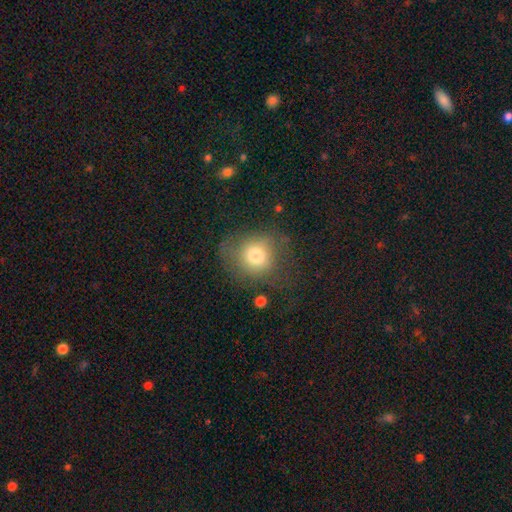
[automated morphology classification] Smooth or featured? smooth (72%)
How rounded? round (80%)
Merging? none (57%)